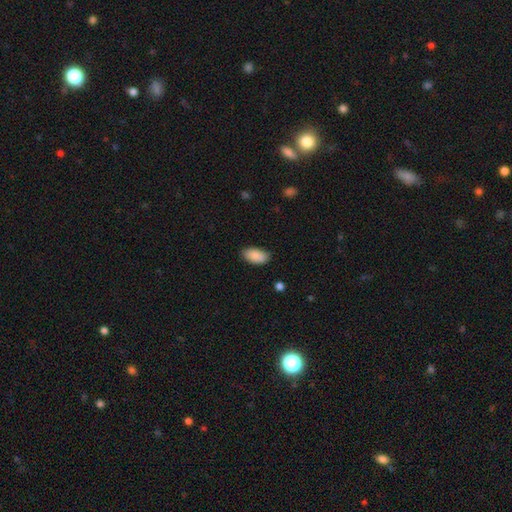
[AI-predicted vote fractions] smooth-or-featured: smooth: 89% | star or artifact: 7% | featured or disk: 4%
  how-rounded: in between: 94% | cigar-shaped: 3% | round: 3%
  merging: none: 82% | minor disturbance: 14% | major disturbance: 3% | merger: 1%